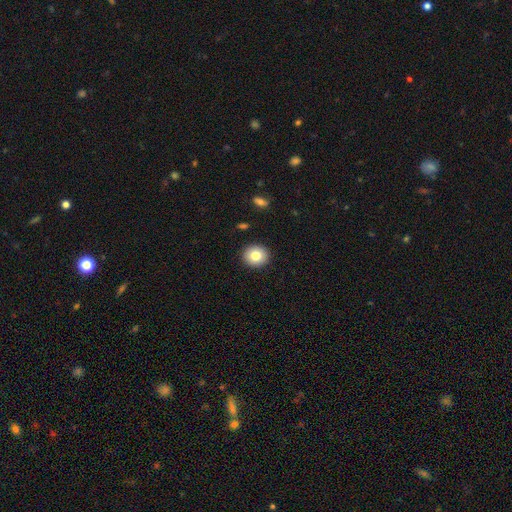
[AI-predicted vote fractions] smooth_or_featured: smooth (p=0.81) [alt: featured or disk p=0.10]
how_rounded: round (p=0.82) [alt: in between p=0.17]
merging: none (p=0.91) [alt: minor disturbance p=0.06]